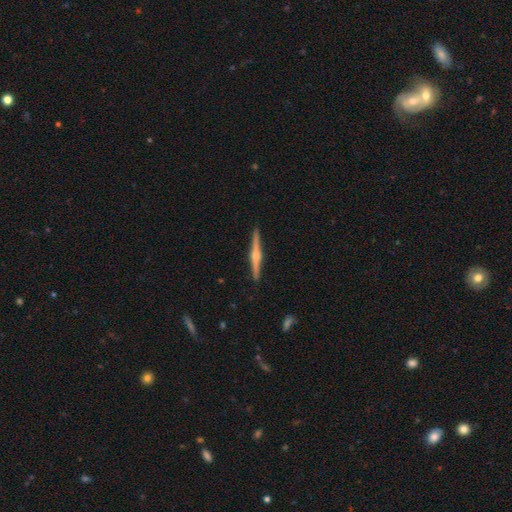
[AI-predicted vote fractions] This appears to be a featured or disk galaxy (80%) viewed edge-on (99%) with a rounded central bulge (91%). Merging: none (92%).